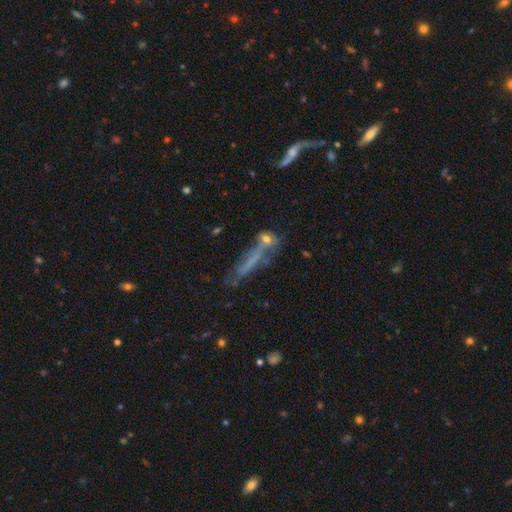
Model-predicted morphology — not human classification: Q: Smooth or featured?
A: featured or disk (40%); runner-up: smooth (39%)
Q: Merging?
A: none (44%); runner-up: merger (22%)